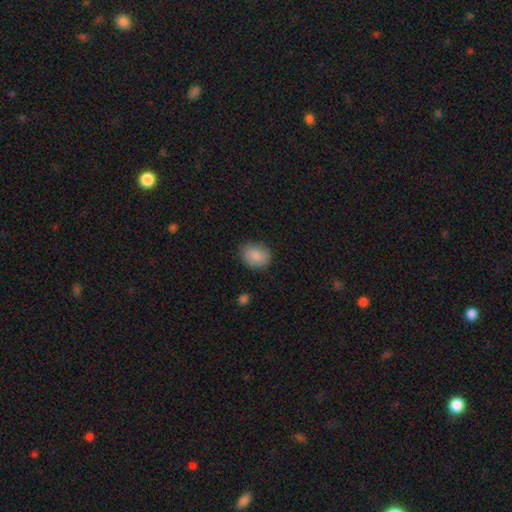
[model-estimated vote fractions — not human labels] Morphology: type=smooth (85%); roundness=round (54%); merging=none (82%).